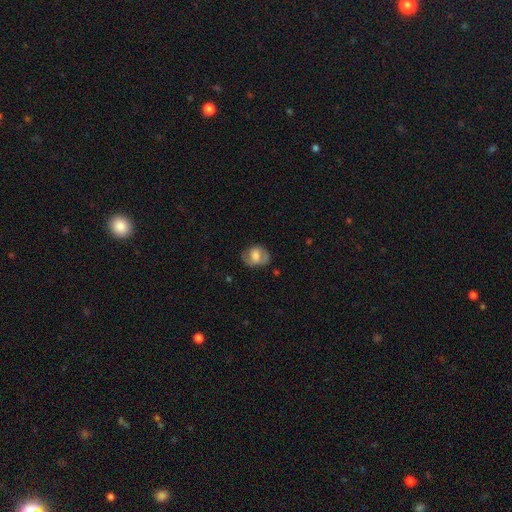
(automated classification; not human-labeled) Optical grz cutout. It shows a smooth galaxy with no disk features (52%) that is in between round and cigar-shaped (55%). Merging: none (65%).